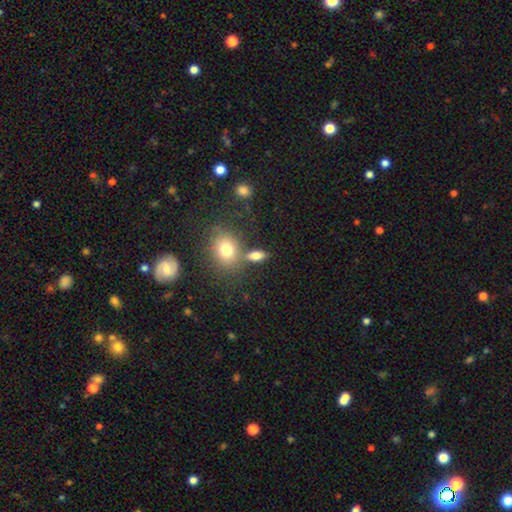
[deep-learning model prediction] smooth-or-featured: smooth: 75% | featured or disk: 13% | star or artifact: 11%
  how-rounded: in between: 75% | round: 16% | cigar-shaped: 10%
  merging: none: 67% | merger: 17% | minor disturbance: 12% | major disturbance: 5%